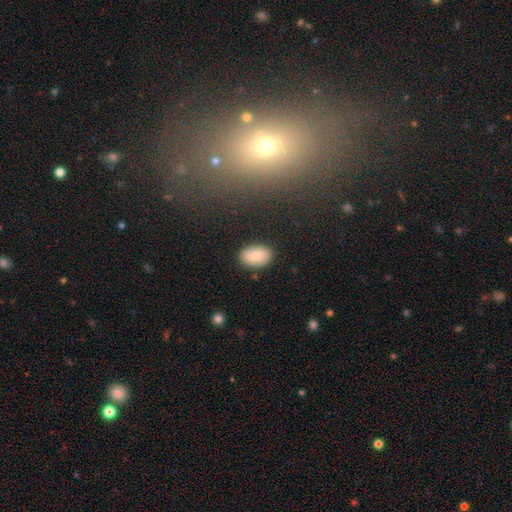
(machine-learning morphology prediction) smooth-or-featured: smooth: 84% | featured or disk: 9% | star or artifact: 7%
  how-rounded: in between: 90% | round: 9% | cigar-shaped: 1%
  merging: none: 85% | minor disturbance: 11% | major disturbance: 3% | merger: 2%